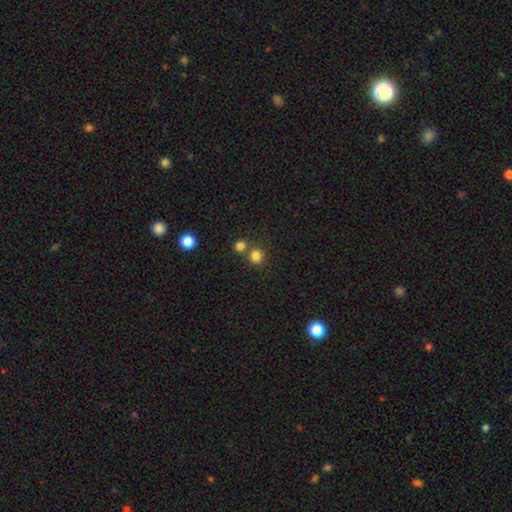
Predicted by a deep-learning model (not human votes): smooth-or-featured: smooth: 80% | star or artifact: 14% | featured or disk: 5%
  how-rounded: round: 90% | in between: 9% | cigar-shaped: 1%
  merging: none: 64% | merger: 27% | minor disturbance: 6% | major disturbance: 3%